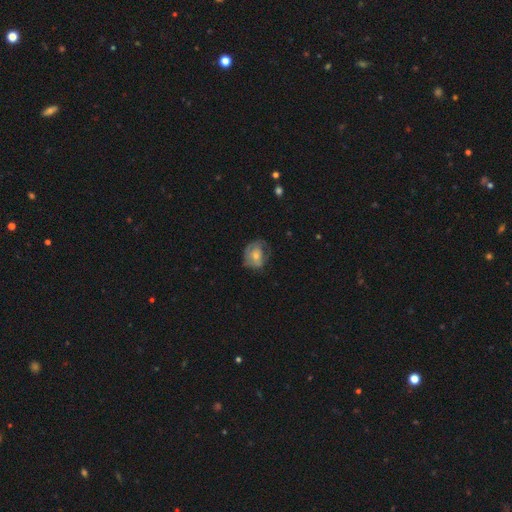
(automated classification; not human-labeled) Morphology: type=smooth (51%); roundness=round (52%); merging=none (48%).